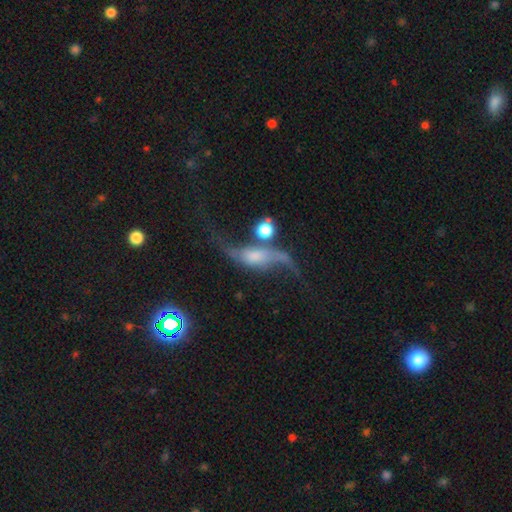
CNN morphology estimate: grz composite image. It shows a featured or disk galaxy (79%) with no bar (52%), 2 (91%) loose (94%) spiral arms (93%) and a small central bulge (33%). Merging: none (45%).